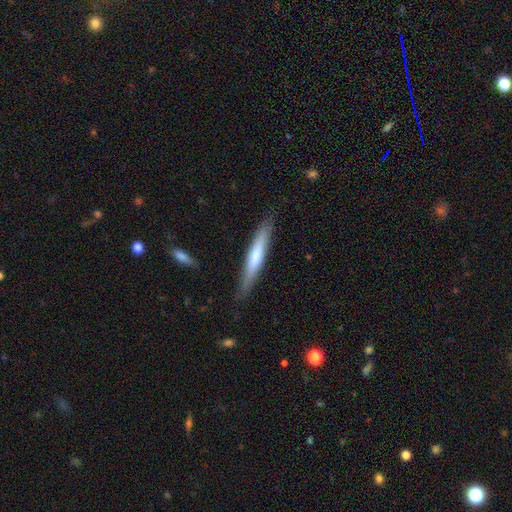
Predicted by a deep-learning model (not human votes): Morphology: type=smooth (60%); roundness=cigar-shaped (92%); merging=none (85%).